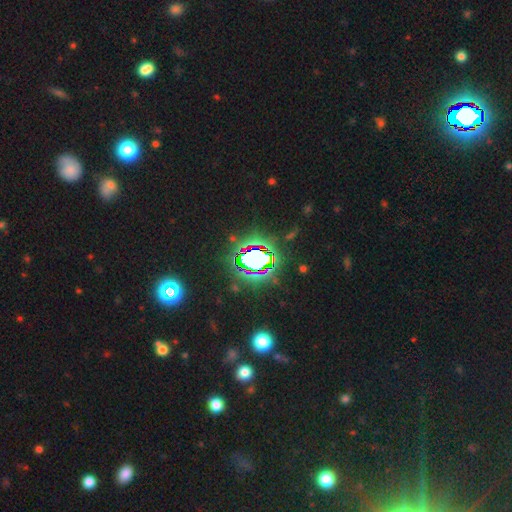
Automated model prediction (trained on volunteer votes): A star or artifact, not a galaxy (74%).

Vote fractions:
- Smooth or featured? star or artifact: 74% / smooth: 15% / featured or disk: 11%